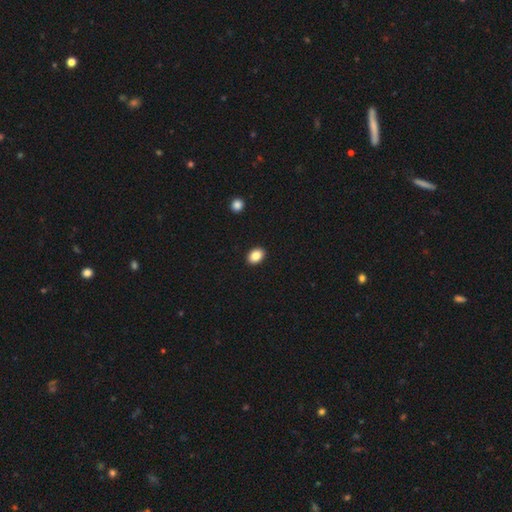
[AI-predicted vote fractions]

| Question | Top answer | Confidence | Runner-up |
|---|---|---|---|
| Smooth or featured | smooth | 86% | star or artifact (8%) |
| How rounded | in between | 77% | round (22%) |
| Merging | none | 91% | minor disturbance (6%) |